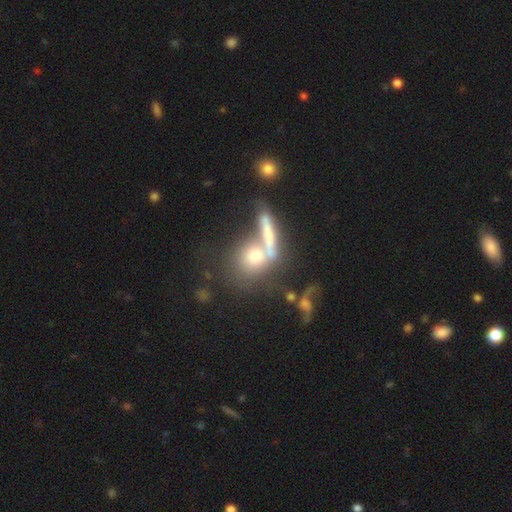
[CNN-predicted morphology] smooth-or-featured: smooth: 63% | featured or disk: 26% | star or artifact: 12%
  how-rounded: round: 60% | in between: 28% | cigar-shaped: 12%
  merging: none: 42% | merger: 38% | minor disturbance: 11% | major disturbance: 8%